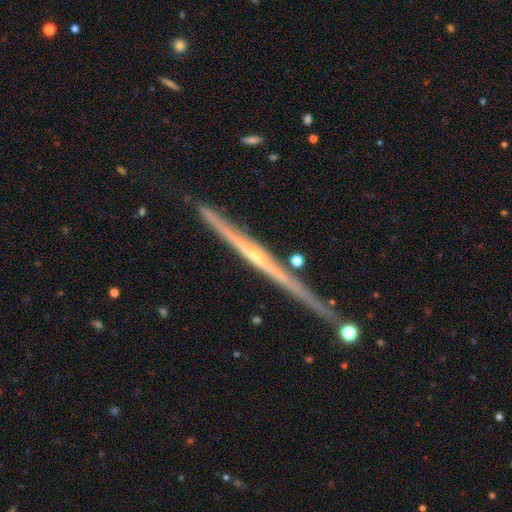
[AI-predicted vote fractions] Q: Smooth or featured?
A: featured or disk (85%); runner-up: smooth (9%)
Q: Edge-on disk?
A: yes (98%); runner-up: no (2%)
Q: Edge-on bulge?
A: rounded (56%); runner-up: none (40%)
Q: Merging?
A: none (84%); runner-up: minor disturbance (11%)